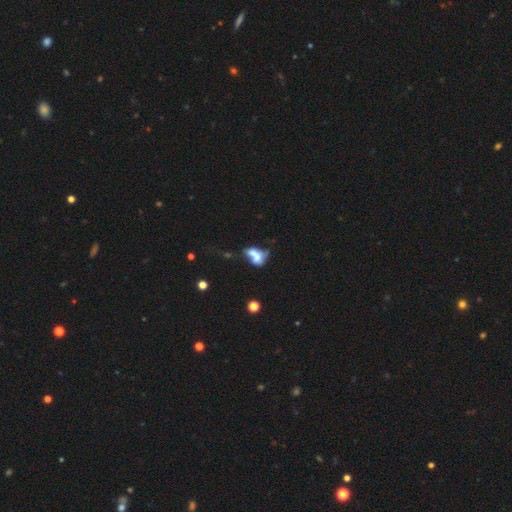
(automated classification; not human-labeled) smooth_or_featured: smooth (p=0.51) [alt: featured or disk p=0.36]
how_rounded: in between (p=0.72) [alt: round p=0.25]
merging: merger (p=0.58) [alt: none p=0.17]